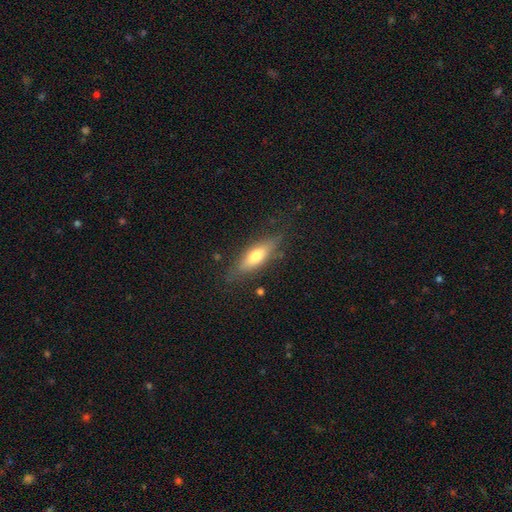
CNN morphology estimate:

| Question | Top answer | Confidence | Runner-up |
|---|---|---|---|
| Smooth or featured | smooth | 59% | featured or disk (35%) |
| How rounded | cigar-shaped | 50% | in between (48%) |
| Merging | none | 77% | minor disturbance (16%) |